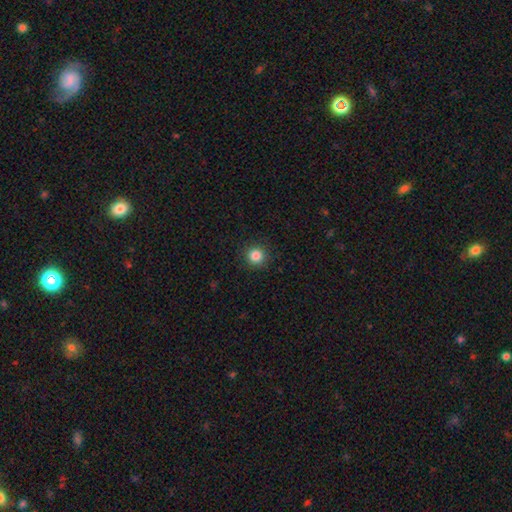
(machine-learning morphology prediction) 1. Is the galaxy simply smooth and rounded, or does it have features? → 85% smooth, 11% star or artifact, 4% featured or disk.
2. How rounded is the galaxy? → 95% round, 4% in between, 1% cigar-shaped.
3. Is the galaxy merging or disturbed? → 92% none, 5% minor disturbance, 2% major disturbance, 1% merger.